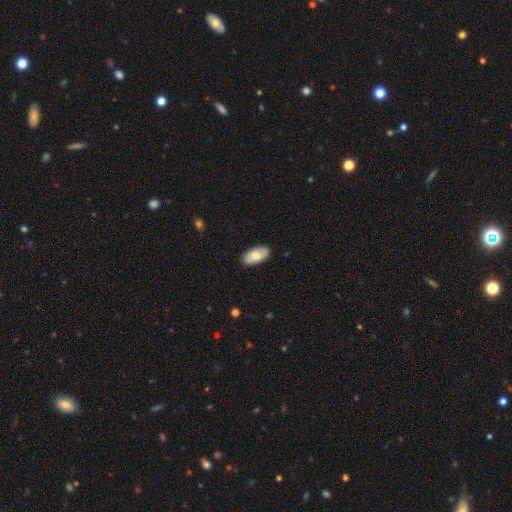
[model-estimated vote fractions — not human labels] Morphology: type=smooth (70%); roundness=in between (94%); merging=none (87%).